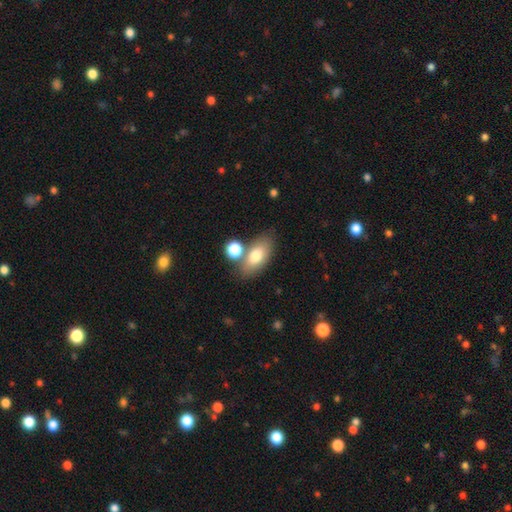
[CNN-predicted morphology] This is likely a smooth galaxy (74%). How rounded: clearly in between (86%). Merging: likely none (63%).